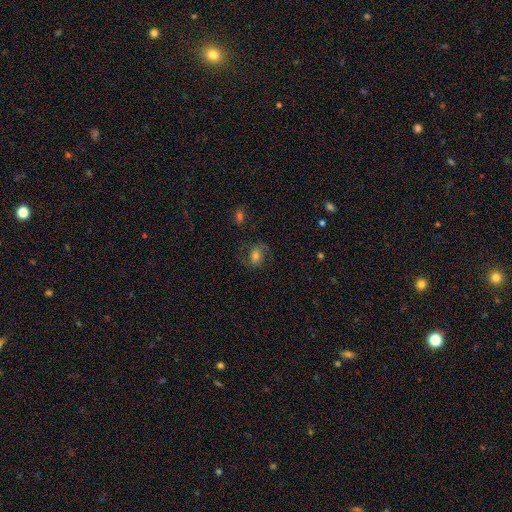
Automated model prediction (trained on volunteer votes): featured or disk 50%, smooth 38%, star or artifact 12%. Down the decision tree: merging — none (68%).